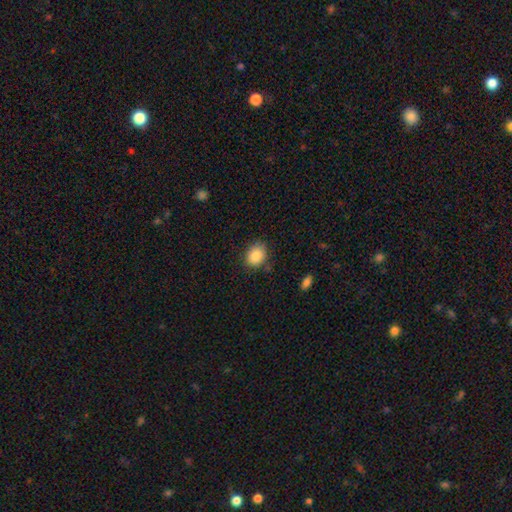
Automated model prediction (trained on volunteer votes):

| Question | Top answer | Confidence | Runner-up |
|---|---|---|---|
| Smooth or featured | smooth | 87% | star or artifact (8%) |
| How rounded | in between | 52% | round (47%) |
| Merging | none | 78% | minor disturbance (16%) |